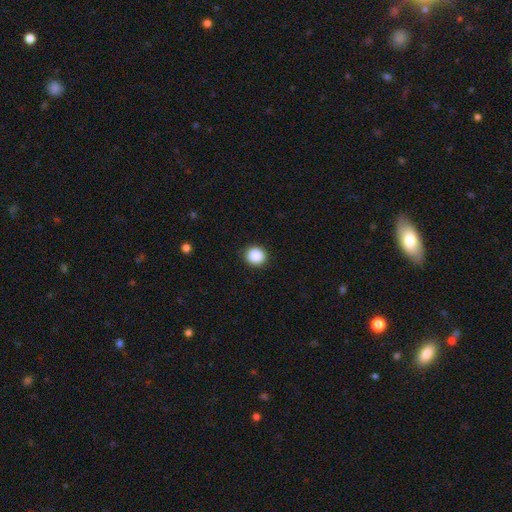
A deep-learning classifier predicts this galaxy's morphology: Overall: smooth (89%). How rounded: round (89%). Merging: none (91%).